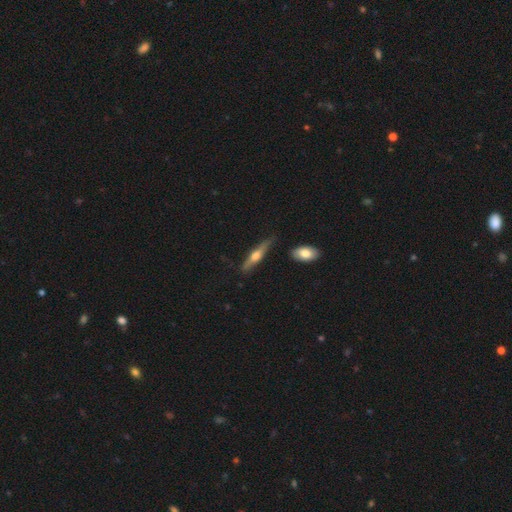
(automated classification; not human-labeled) Overall: featured or disk (58%; smooth 36%). Edge-on disk: yes (94%). Edge-on bulge: rounded (89%). Merging: none (79%).